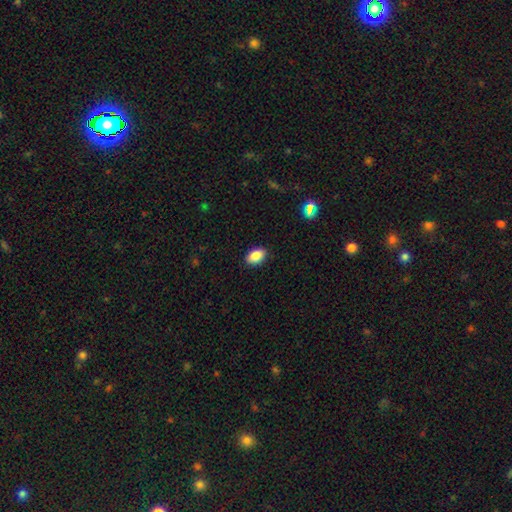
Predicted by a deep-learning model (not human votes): Morphology: type=smooth (87%); roundness=in between (91%); merging=none (89%).